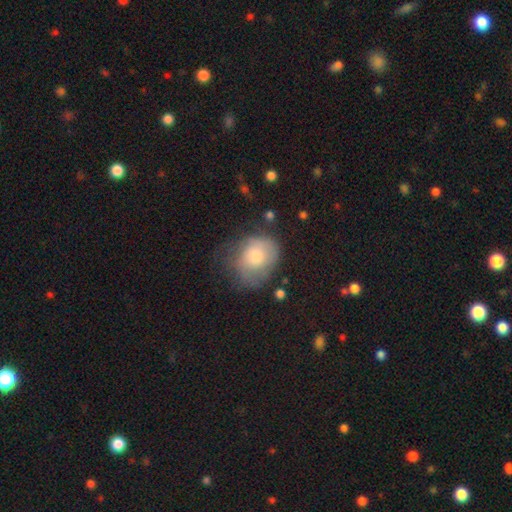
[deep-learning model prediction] This is likely a smooth galaxy (66%). How rounded: possibly round (52%). Merging: marginally none (44%).